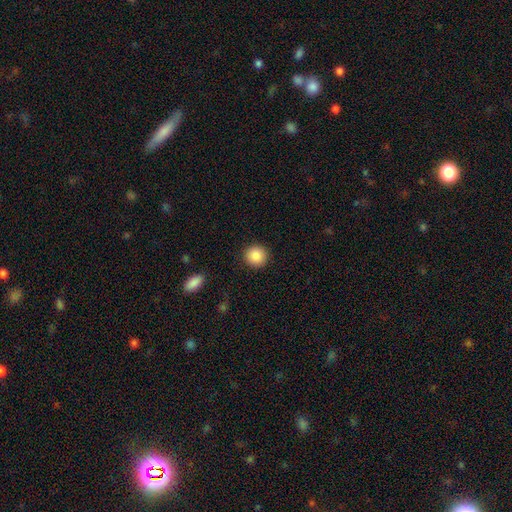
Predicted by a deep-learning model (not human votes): A smooth galaxy with no disk features (88%) that is round (93%). Merging: none (91%).